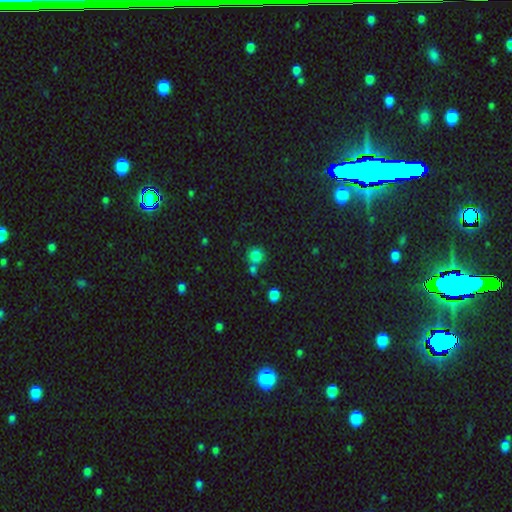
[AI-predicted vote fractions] Smooth or featured? smooth (80%)
How rounded? round (87%)
Merging? none (66%)